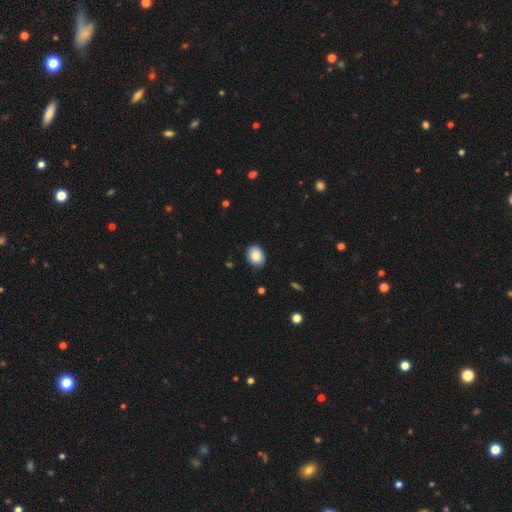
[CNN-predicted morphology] type=smooth (86%); roundness=in between (56%); merging=none (85%).